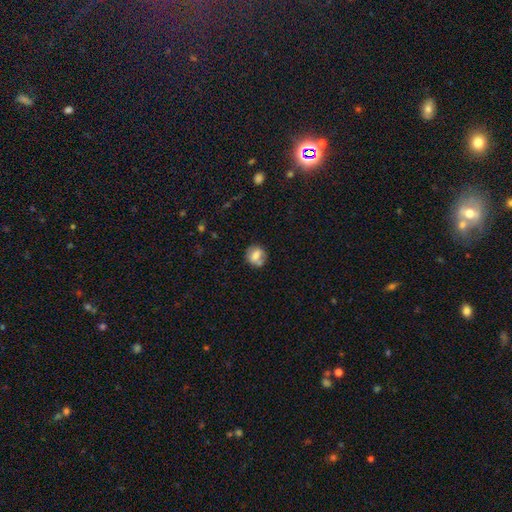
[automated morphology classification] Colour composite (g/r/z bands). It shows a smooth galaxy with no disk features (68%) that is round (75%). Merging: none (63%).